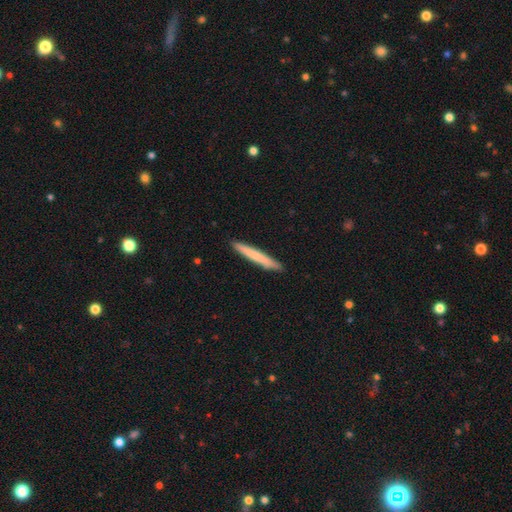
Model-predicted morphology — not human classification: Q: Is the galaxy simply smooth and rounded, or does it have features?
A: smooth — 72%.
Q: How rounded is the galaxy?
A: cigar-shaped — 97%.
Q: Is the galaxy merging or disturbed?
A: none — 91%.